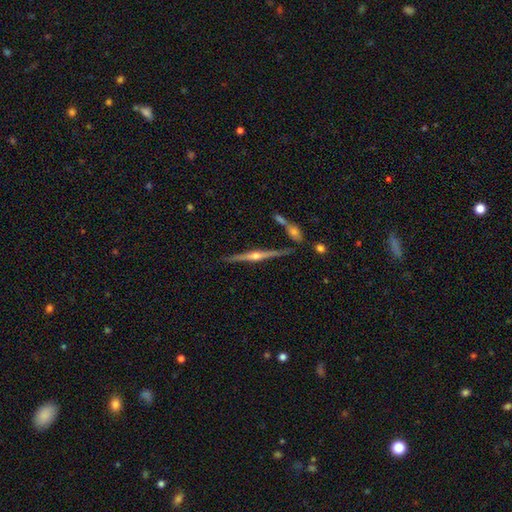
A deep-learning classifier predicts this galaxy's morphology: A featured or disk galaxy (85%) viewed edge-on (98%) with a rounded central bulge (94%).

Vote fractions:
- Smooth or featured? featured or disk: 85% / smooth: 9% / star or artifact: 6%
- Edge-on disk? yes: 98% / no: 2%
- Edge-on bulge? rounded: 94% / none: 3% / boxy: 3%
- Merging? none: 83% / minor disturbance: 9% / merger: 6% / major disturbance: 2%